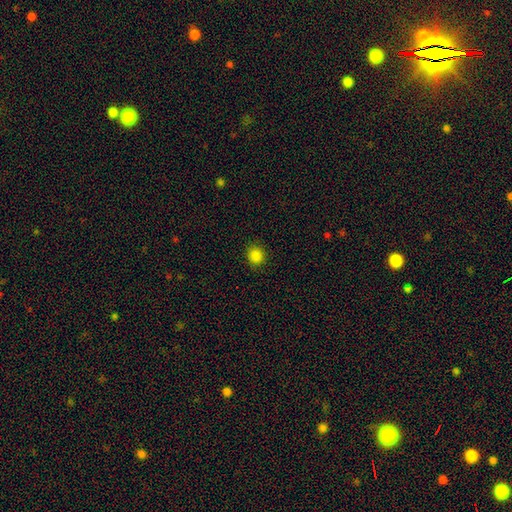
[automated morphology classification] Overall: smooth (85%). How rounded: round (85%). Merging: none (90%).